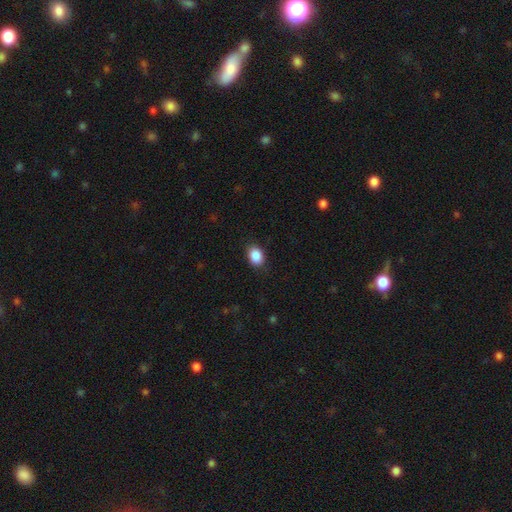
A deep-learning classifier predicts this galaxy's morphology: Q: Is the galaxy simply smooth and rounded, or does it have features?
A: smooth — 89%.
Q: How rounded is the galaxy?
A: in between — 69%.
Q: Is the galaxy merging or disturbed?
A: none — 86%.